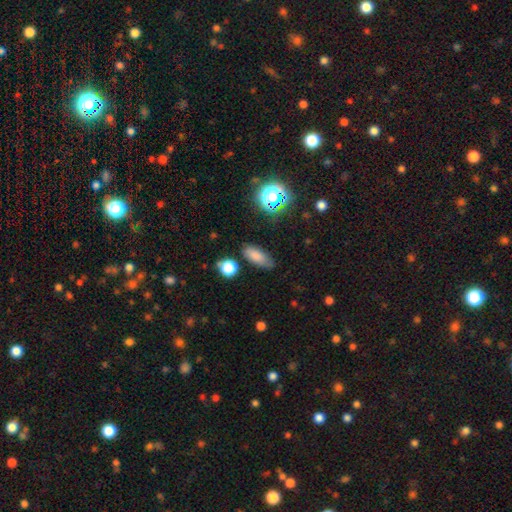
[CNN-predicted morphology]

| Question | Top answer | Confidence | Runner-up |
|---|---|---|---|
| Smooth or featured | smooth | 79% | star or artifact (13%) |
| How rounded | in between | 78% | cigar-shaped (17%) |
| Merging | none | 77% | minor disturbance (16%) |